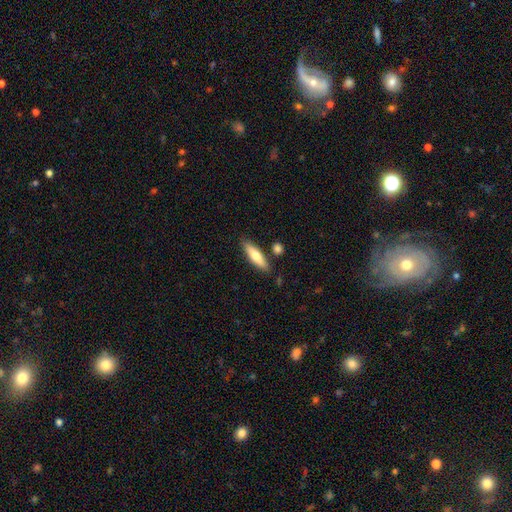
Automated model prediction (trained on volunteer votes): This is likely a smooth galaxy (69%). How rounded: likely cigar-shaped (62%). Merging: clearly none (82%).